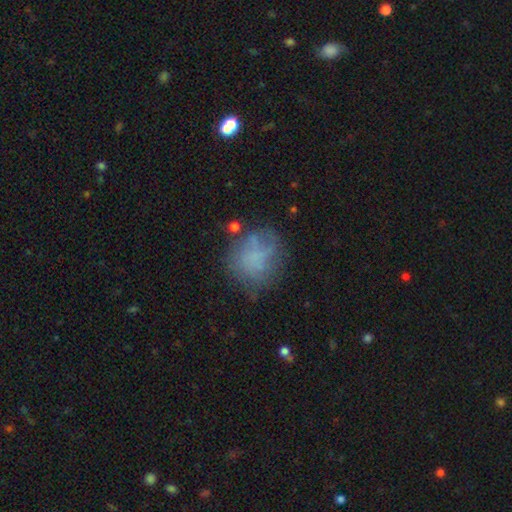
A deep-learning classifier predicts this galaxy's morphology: Smooth or featured? Predicted: smooth (p=0.55). How rounded? Predicted: round (p=0.74). Merging? Predicted: none (p=0.58).